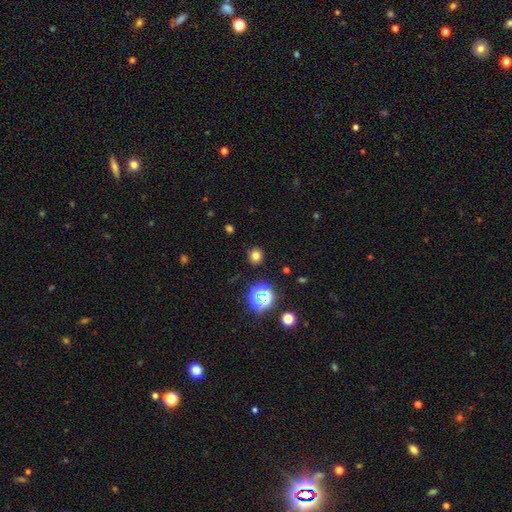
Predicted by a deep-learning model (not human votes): smooth_or_featured: smooth (p=0.74) [alt: star or artifact p=0.19]
how_rounded: round (p=0.84) [alt: in between p=0.15]
merging: none (p=0.88) [alt: minor disturbance p=0.07]